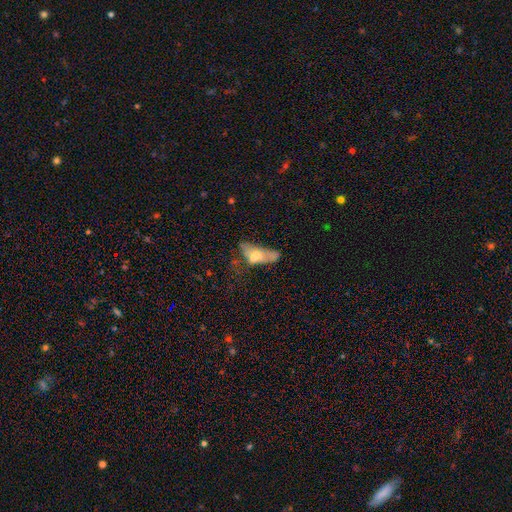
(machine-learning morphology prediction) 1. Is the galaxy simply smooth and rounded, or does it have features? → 53% smooth, 36% featured or disk, 11% star or artifact.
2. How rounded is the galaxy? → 76% in between, 18% cigar-shaped, 6% round.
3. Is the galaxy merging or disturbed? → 33% merger, 29% major disturbance, 20% none, 18% minor disturbance.